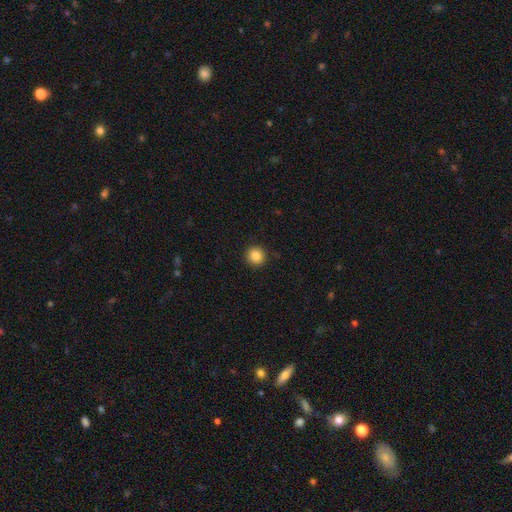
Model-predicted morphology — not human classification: Smooth or featured: smooth — 86% (star or artifact — 10%)
How rounded: round — 95% (in between — 5%)
Merging: none — 92% (minor disturbance — 5%)